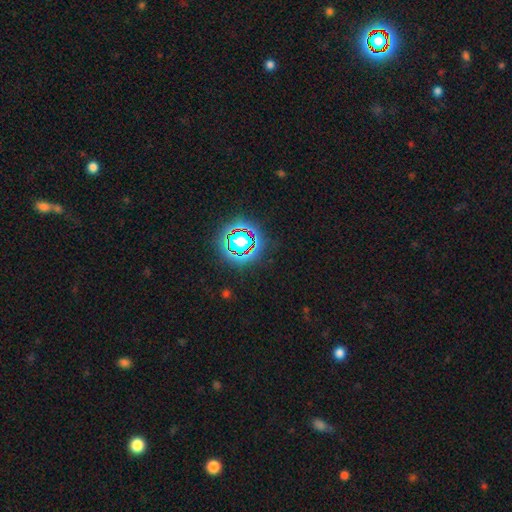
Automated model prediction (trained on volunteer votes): star or artifact 78%, smooth 14%, featured or disk 8%.